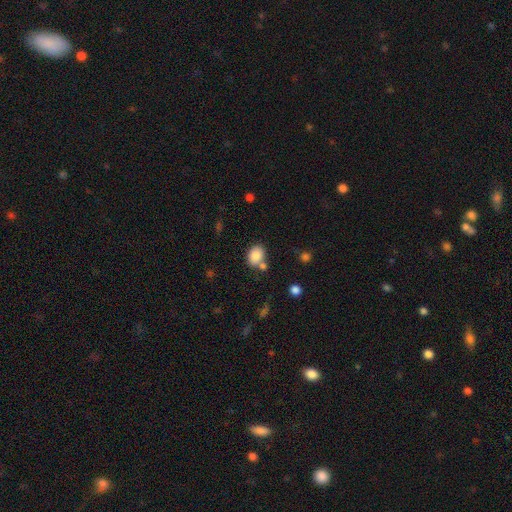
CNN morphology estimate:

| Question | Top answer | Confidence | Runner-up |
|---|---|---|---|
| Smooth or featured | smooth | 84% | star or artifact (9%) |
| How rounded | in between | 65% | round (34%) |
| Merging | none | 63% | merger (19%) |